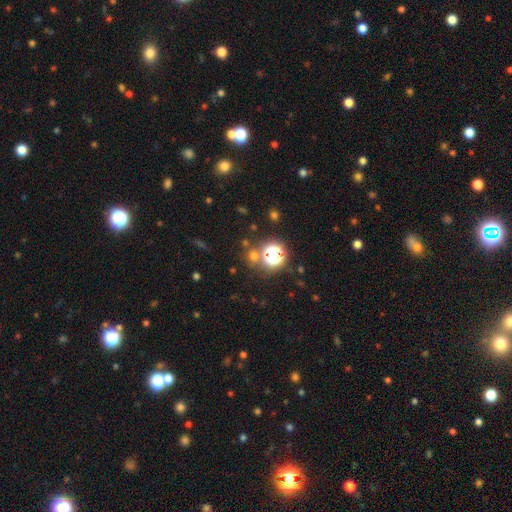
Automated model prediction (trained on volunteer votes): smooth_or_featured: star or artifact (p=0.67) [alt: smooth p=0.25]